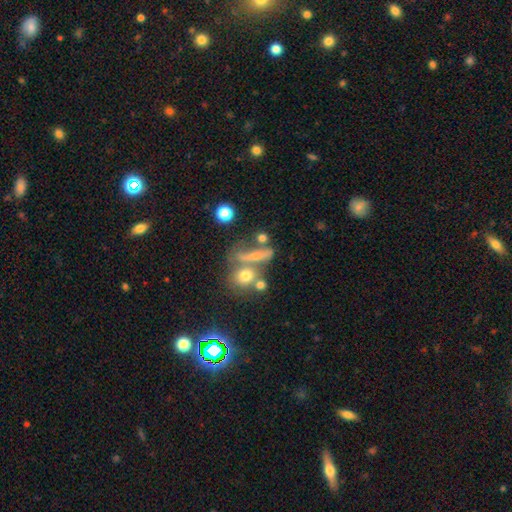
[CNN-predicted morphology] type=smooth (51%); roundness=cigar-shaped (41%); merging=none (41%).